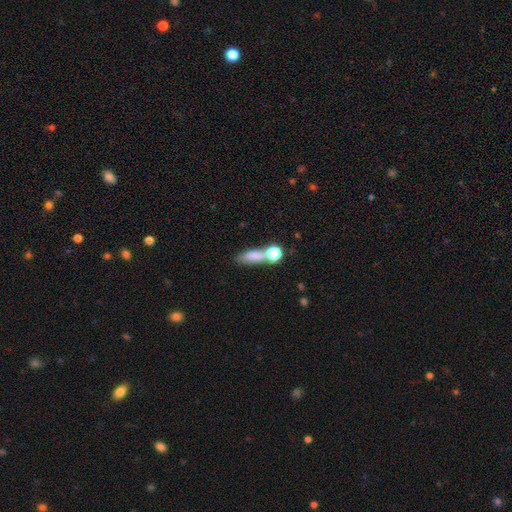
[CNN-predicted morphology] Smooth or featured: smooth — 74% (featured or disk — 14%)
How rounded: in between — 48% (cigar-shaped — 39%)
Merging: none — 43% (merger — 35%)